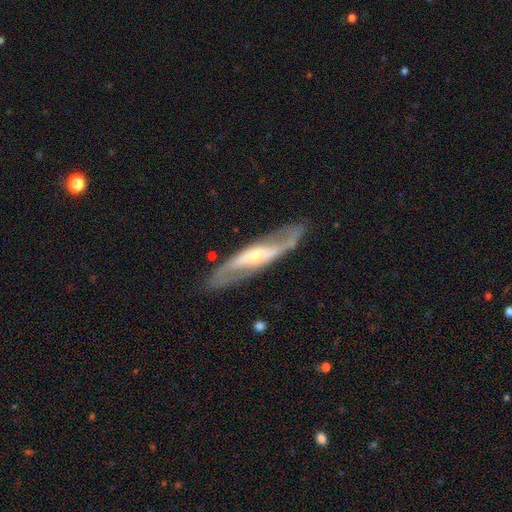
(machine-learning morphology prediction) The model was most divided on "bar": no: 38%, strong: 32%, weak: 30%. Remaining: spiral arms — yes (89%); spiral arm count — 2 (89%); smooth or featured — featured or disk (84%); merging — none (83%); edge-on disk — no (76%); bulge size — small (58%); spiral winding — medium (43%).